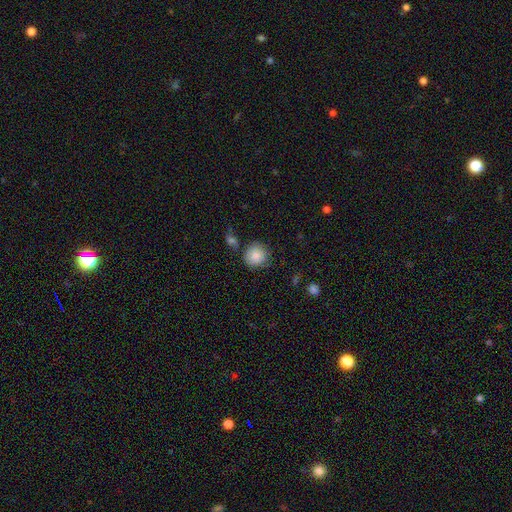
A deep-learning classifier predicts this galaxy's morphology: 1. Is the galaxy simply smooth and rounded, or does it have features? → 86% smooth, 8% star or artifact, 6% featured or disk.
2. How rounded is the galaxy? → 90% round, 9% in between, 1% cigar-shaped.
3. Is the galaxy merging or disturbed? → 78% none, 13% minor disturbance, 5% merger, 4% major disturbance.